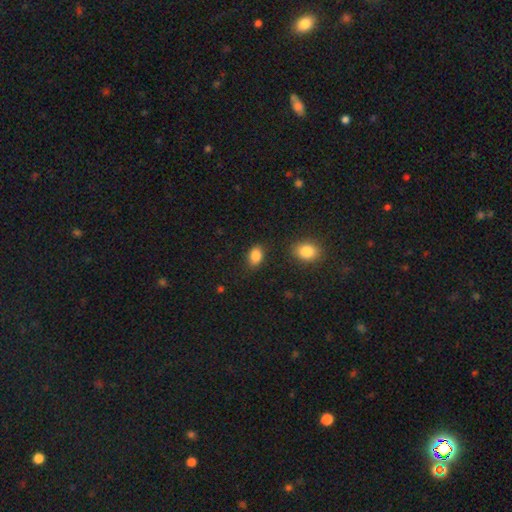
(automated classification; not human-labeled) smooth 86%, star or artifact 9%, featured or disk 5%. Down the decision tree: how rounded — in between (79%); merging — none (82%).